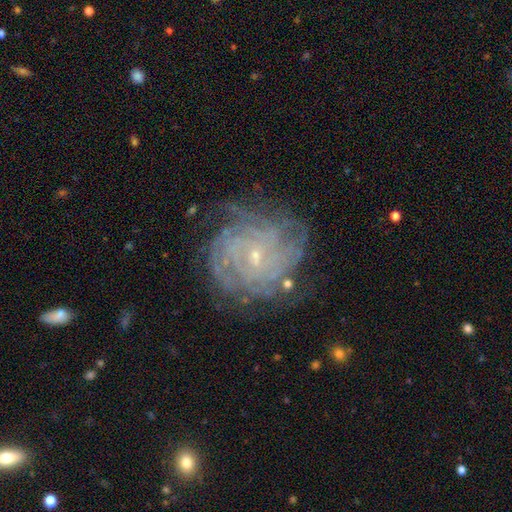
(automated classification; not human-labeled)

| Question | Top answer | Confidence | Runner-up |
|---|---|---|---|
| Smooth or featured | featured or disk | 84% | smooth (8%) |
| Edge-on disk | no | 97% | yes (3%) |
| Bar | no | 63% | weak (30%) |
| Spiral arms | yes | 96% | no (4%) |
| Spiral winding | tight | 80% | medium (17%) |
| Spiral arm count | can't tell | 34% | 4 (20%) |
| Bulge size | small | 83% | moderate (13%) |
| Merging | none | 72% | minor disturbance (18%) |